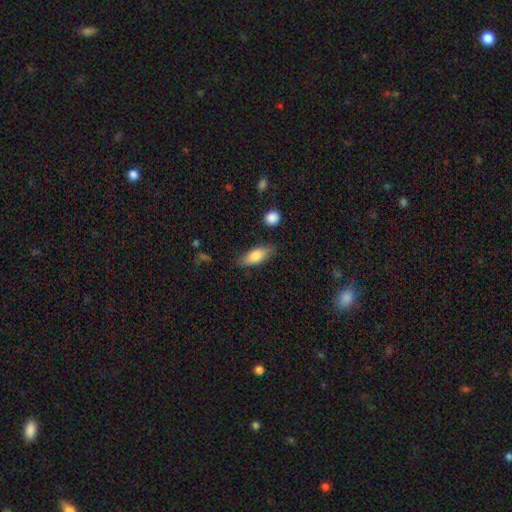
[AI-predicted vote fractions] smooth_or_featured: smooth (p=0.79) [alt: featured or disk p=0.15]
how_rounded: in between (p=0.75) [alt: cigar-shaped p=0.22]
merging: none (p=0.80) [alt: minor disturbance p=0.15]